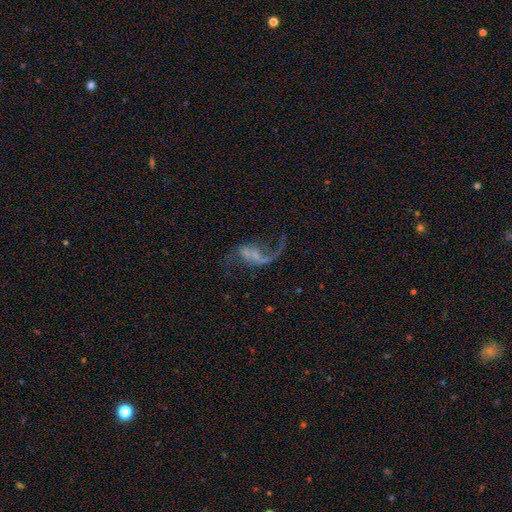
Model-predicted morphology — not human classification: type=featured or disk (81%); edge-on=no (97%); bar=no (43%); spiral arms=yes (88%); winding=loose (87%); arm count=2 (70%); bulge=none (57%); merging=none (44%).